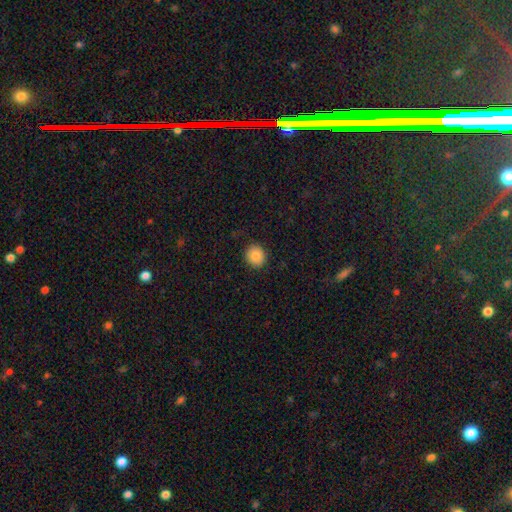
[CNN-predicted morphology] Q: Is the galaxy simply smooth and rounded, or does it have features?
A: smooth — 87%.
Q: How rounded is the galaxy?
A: round — 81%.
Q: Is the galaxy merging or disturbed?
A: none — 88%.